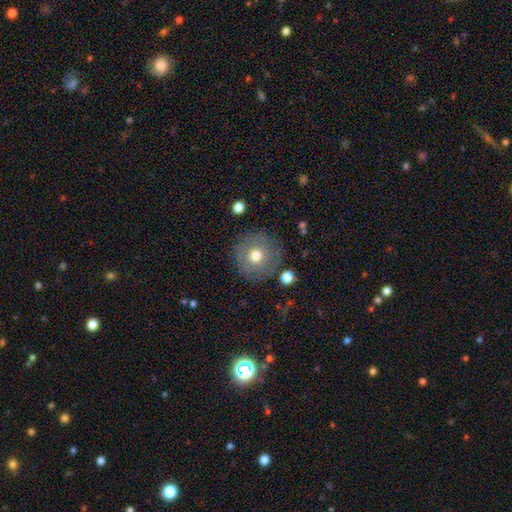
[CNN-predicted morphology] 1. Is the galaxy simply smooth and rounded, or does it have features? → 68% smooth, 23% featured or disk, 10% star or artifact.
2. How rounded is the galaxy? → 95% round, 4% in between, 1% cigar-shaped.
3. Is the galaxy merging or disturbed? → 84% none, 10% minor disturbance, 4% major disturbance, 2% merger.